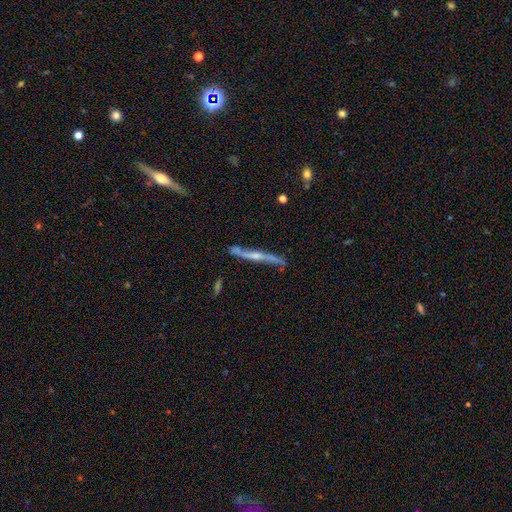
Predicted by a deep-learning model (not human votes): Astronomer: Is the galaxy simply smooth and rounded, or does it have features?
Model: featured or disk — 79%.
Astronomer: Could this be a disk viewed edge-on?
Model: yes — 83%.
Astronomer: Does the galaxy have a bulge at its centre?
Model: rounded — 63%.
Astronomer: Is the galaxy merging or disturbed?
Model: none — 72%.